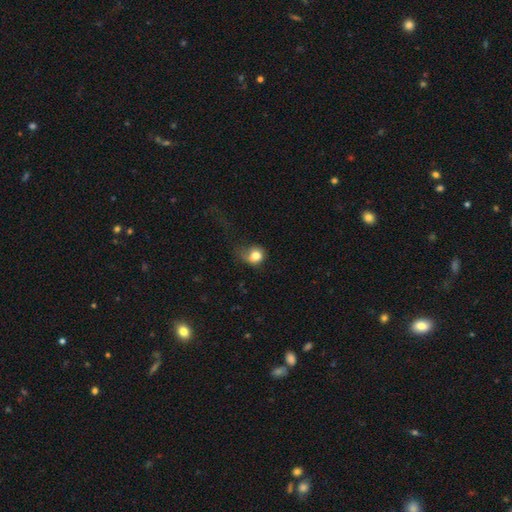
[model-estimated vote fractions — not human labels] smooth_or_featured: smooth (p=0.78) [alt: featured or disk p=0.12]
how_rounded: round (p=0.68) [alt: in between p=0.31]
merging: major disturbance (p=0.36) [alt: none p=0.32]